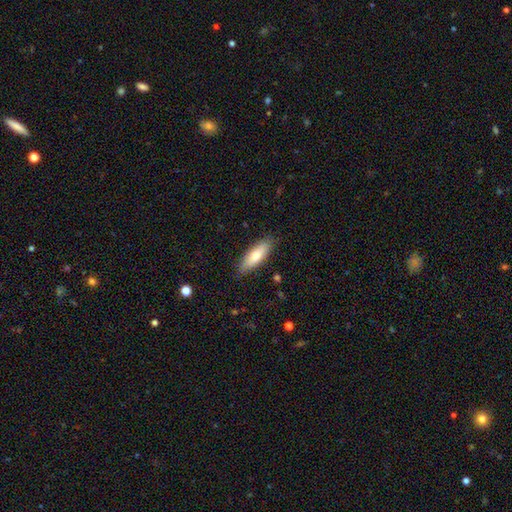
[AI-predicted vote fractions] Morphology: type=smooth (73%); roundness=in between (61%); merging=none (85%).